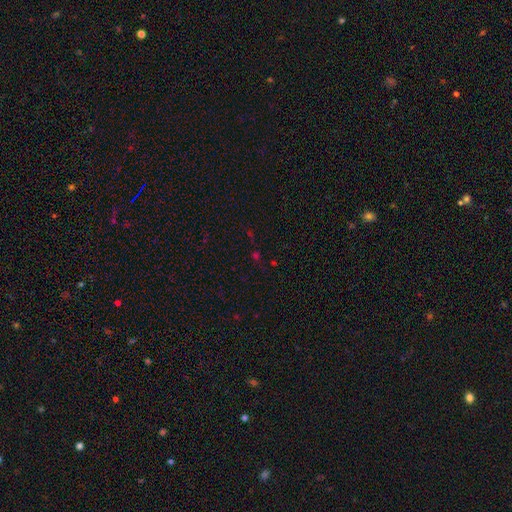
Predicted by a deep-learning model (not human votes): Overall: star or artifact (58%; smooth 34%).